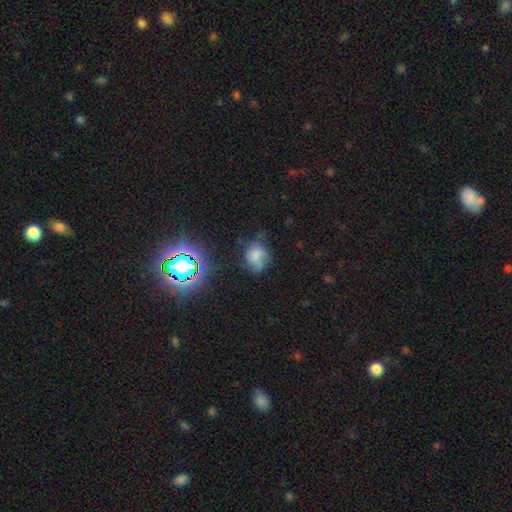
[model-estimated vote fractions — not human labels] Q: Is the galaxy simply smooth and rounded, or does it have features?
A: smooth — 59%.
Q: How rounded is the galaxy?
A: round — 55%.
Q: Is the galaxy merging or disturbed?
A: none — 41%.